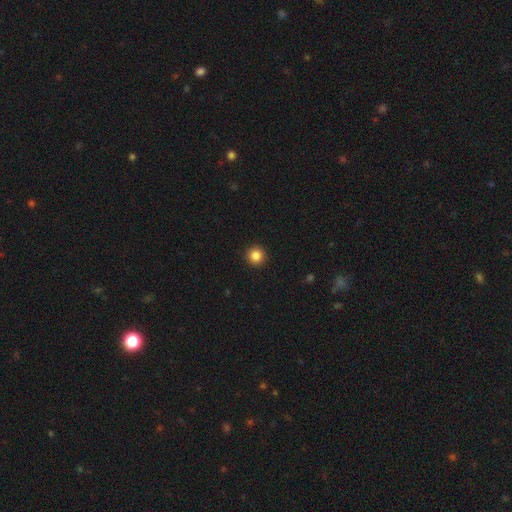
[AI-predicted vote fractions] Morphology: type=smooth (85%); roundness=round (96%); merging=none (94%).